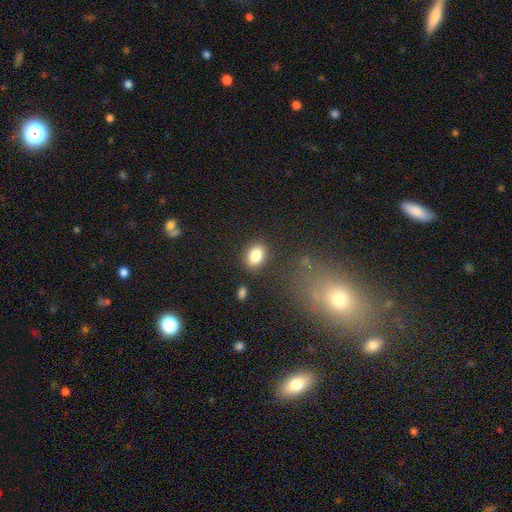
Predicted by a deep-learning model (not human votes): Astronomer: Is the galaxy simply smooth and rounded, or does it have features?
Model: smooth — 83%.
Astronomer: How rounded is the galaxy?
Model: in between — 78%.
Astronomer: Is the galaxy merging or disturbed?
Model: none — 85%.